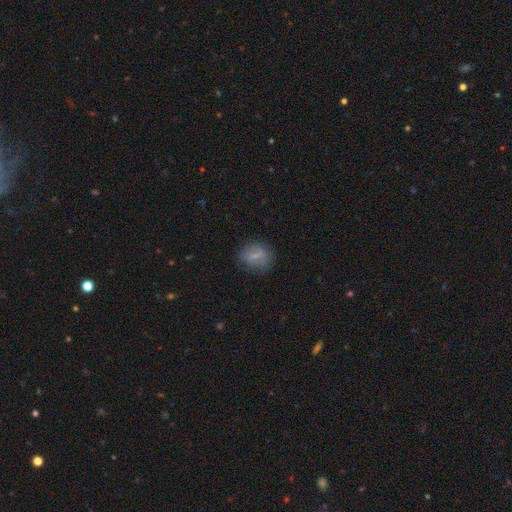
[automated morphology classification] This is likely a smooth galaxy (63%). How rounded: likely round (61%). Merging: likely none (75%).